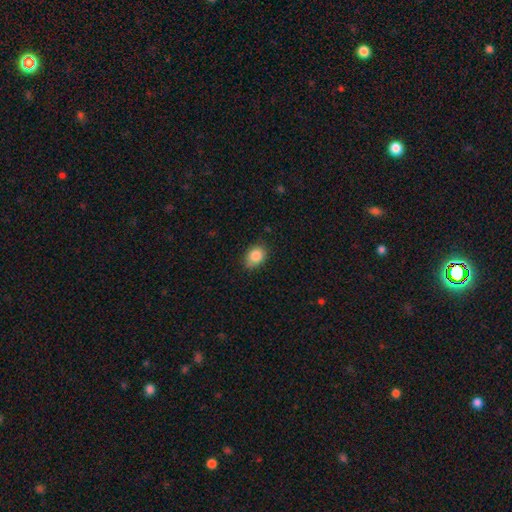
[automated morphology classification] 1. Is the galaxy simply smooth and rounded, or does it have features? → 86% smooth, 8% star or artifact, 6% featured or disk.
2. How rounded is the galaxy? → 65% in between, 34% round, 1% cigar-shaped.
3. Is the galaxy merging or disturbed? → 74% none, 22% minor disturbance, 3% major disturbance, 1% merger.